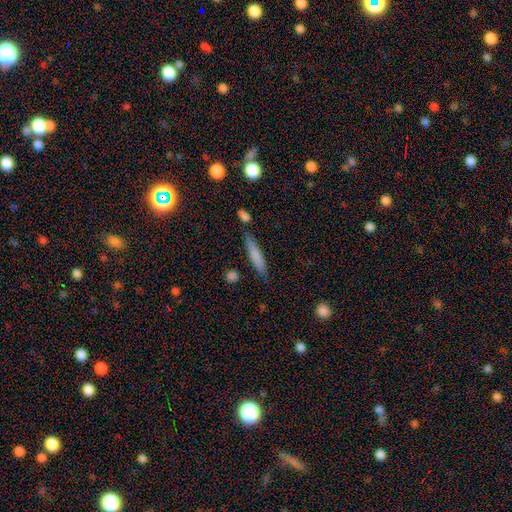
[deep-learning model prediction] Smooth or featured? Predicted: smooth (p=0.74). How rounded? Predicted: cigar-shaped (p=0.88). Merging? Predicted: none (p=0.77).